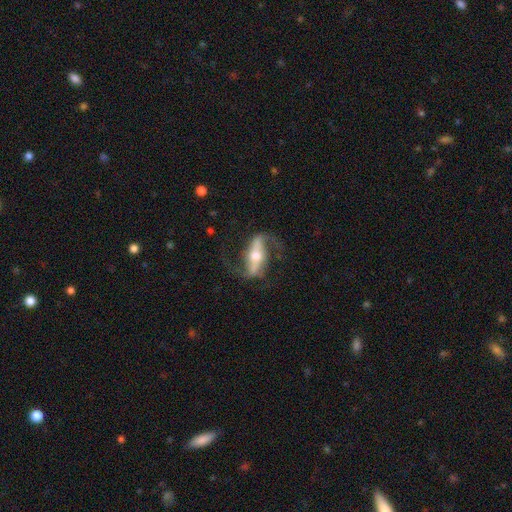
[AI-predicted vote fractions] featured or disk 85%, smooth 10%, star or artifact 5%. Down the decision tree: edge-on disk — no (85%); bar — strong (63%); spiral arms — yes (92%); spiral arm count — 2 (92%); spiral winding — loose (57%); bulge size — moderate (61%); merging — none (70%).